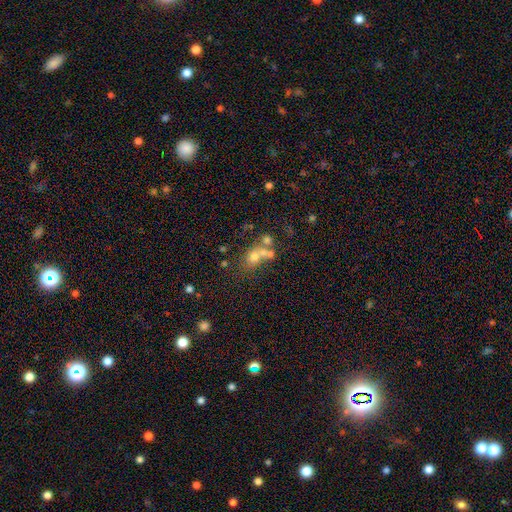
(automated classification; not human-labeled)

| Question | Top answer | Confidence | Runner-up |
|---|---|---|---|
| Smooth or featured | smooth | 57% | featured or disk (25%) |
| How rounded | round | 54% | in between (44%) |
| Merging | merger | 49% | none (31%) |